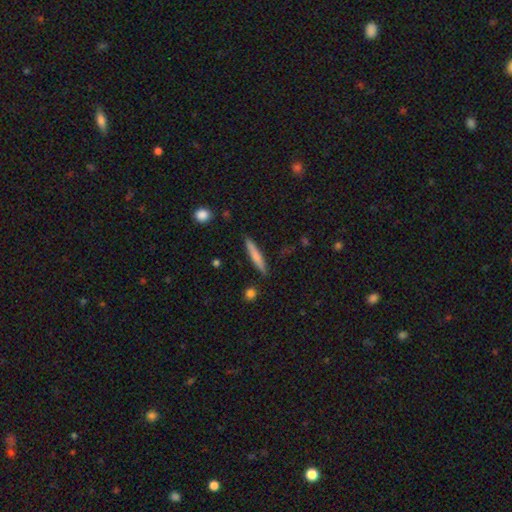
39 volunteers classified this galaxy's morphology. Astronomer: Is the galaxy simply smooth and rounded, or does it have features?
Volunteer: smooth — 59% (runner-up: featured or disk, 36%).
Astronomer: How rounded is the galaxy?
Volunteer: cigar-shaped — 96%.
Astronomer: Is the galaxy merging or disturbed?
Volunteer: none — 78%.